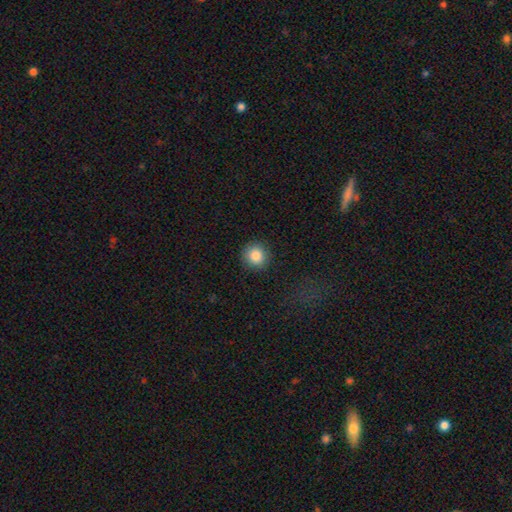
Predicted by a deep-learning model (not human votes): smooth-or-featured: smooth: 86% | star or artifact: 9% | featured or disk: 5%
  how-rounded: round: 92% | in between: 7% | cigar-shaped: 1%
  merging: none: 89% | minor disturbance: 7% | major disturbance: 3% | merger: 1%